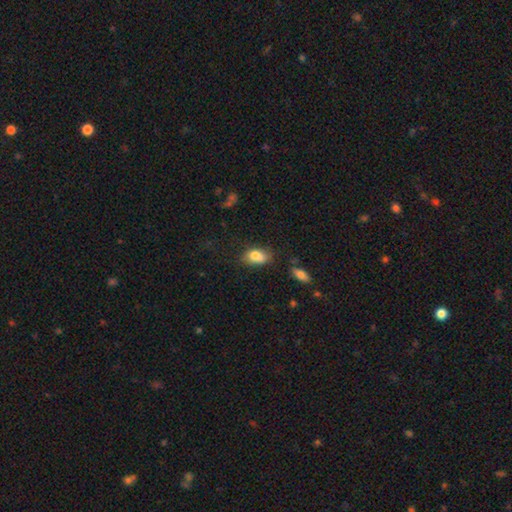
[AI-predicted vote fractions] A smooth galaxy with no disk features (81%) that is in between round and cigar-shaped (87%).

Vote fractions:
- Smooth or featured? smooth: 81% / featured or disk: 11% / star or artifact: 9%
- How rounded? in between: 87% / round: 9% / cigar-shaped: 4%
- Merging? none: 54% / minor disturbance: 26% / merger: 11% / major disturbance: 9%